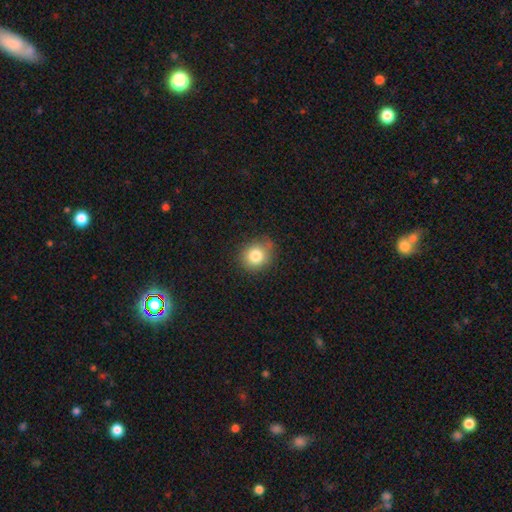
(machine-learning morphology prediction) smooth-or-featured: smooth: 82% | star or artifact: 11% | featured or disk: 8%
  how-rounded: round: 77% | in between: 22% | cigar-shaped: 1%
  merging: none: 77% | minor disturbance: 18% | major disturbance: 4% | merger: 2%